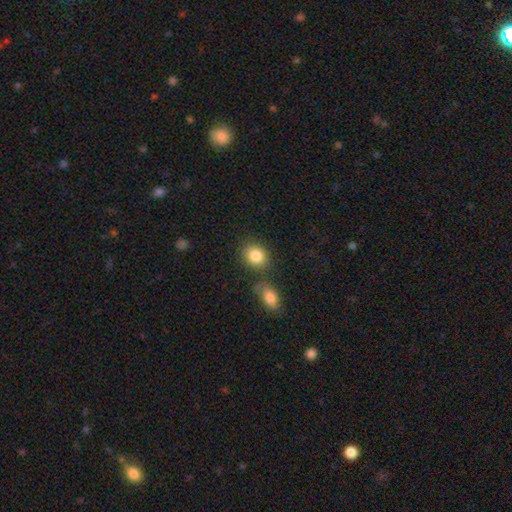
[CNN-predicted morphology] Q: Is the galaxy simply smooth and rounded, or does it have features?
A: smooth — 85%.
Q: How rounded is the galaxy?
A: round — 56%.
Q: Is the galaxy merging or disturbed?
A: none — 71%.